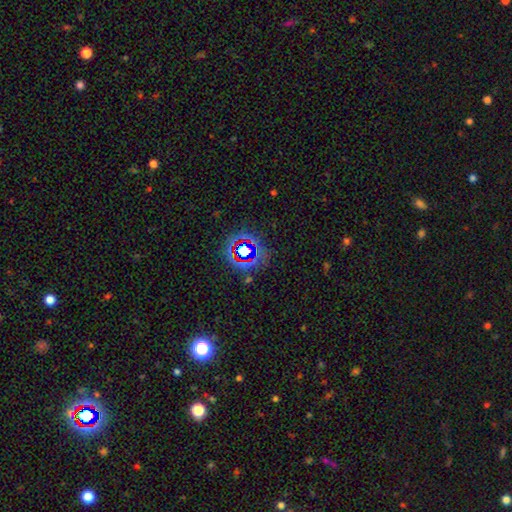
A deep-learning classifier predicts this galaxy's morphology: star or artifact 59%, smooth 23%, featured or disk 19%.